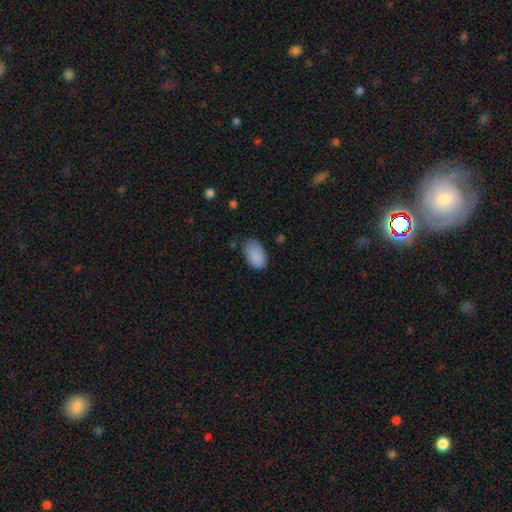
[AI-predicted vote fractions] smooth-or-featured: smooth: 89% | star or artifact: 7% | featured or disk: 4%
  how-rounded: in between: 93% | round: 5% | cigar-shaped: 1%
  merging: none: 75% | minor disturbance: 20% | major disturbance: 4% | merger: 2%